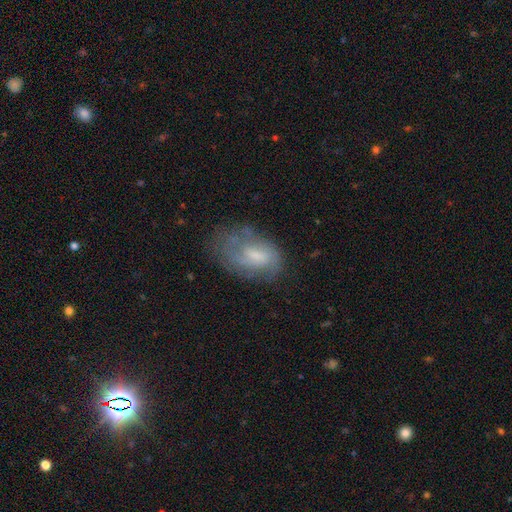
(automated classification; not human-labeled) smooth_or_featured: featured or disk (p=0.50) [alt: smooth p=0.41]
disk_edge_on: no (p=0.95) [alt: yes p=0.05]
merging: none (p=0.50) [alt: minor disturbance p=0.28]